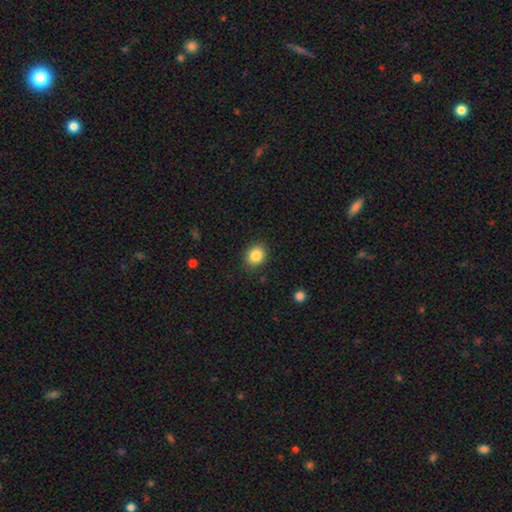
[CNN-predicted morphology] Smooth or featured? smooth (85%)
How rounded? round (66%)
Merging? none (88%)